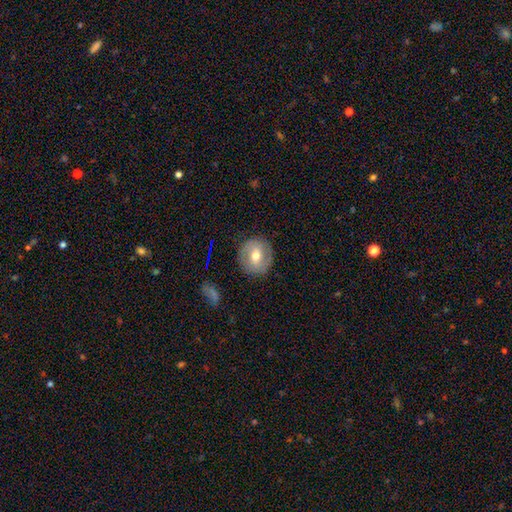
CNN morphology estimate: Overall: smooth (56%; featured or disk 37%). How rounded: round (89%). Merging: none (87%).